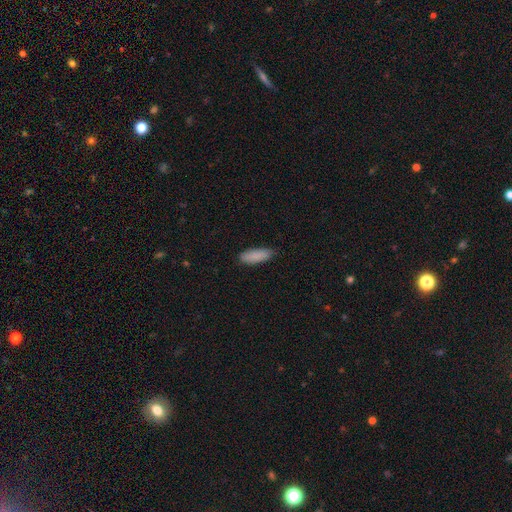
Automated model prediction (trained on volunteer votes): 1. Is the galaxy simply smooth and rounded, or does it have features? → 89% smooth, 6% star or artifact, 5% featured or disk.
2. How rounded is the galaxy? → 61% in between, 37% cigar-shaped, 2% round.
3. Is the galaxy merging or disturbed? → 81% none, 15% minor disturbance, 2% major disturbance, 1% merger.